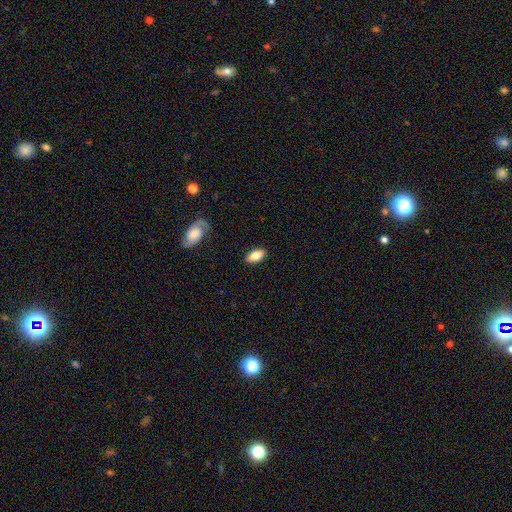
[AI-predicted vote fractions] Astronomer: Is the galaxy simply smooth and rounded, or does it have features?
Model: smooth — 80%.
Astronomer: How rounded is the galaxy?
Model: in between — 92%.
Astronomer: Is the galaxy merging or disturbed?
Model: none — 86%.